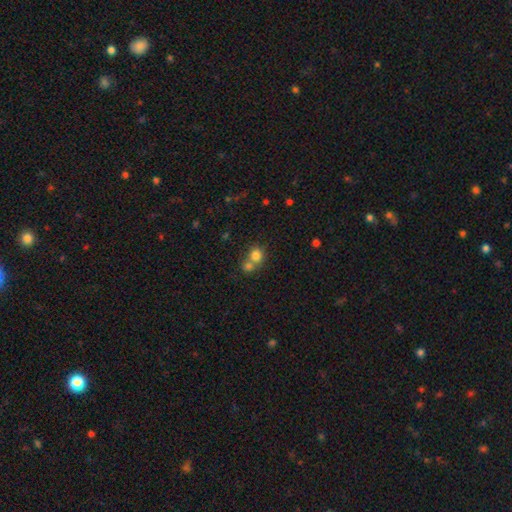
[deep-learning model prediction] smooth_or_featured: smooth (p=0.79) [alt: star or artifact p=0.12]
how_rounded: round (p=0.83) [alt: in between p=0.16]
merging: merger (p=0.50) [alt: none p=0.40]